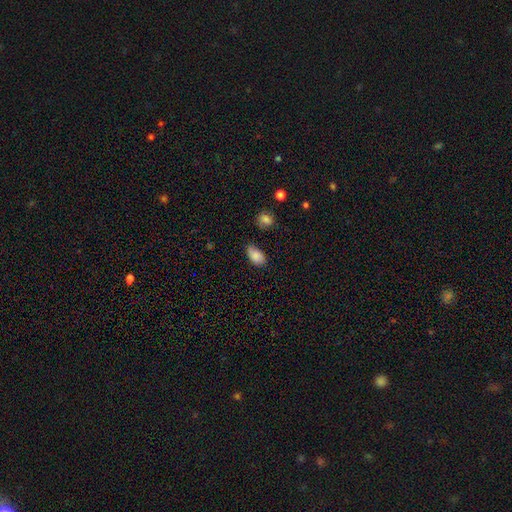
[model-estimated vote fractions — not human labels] Morphology: type=smooth (85%); roundness=in between (92%); merging=none (66%).